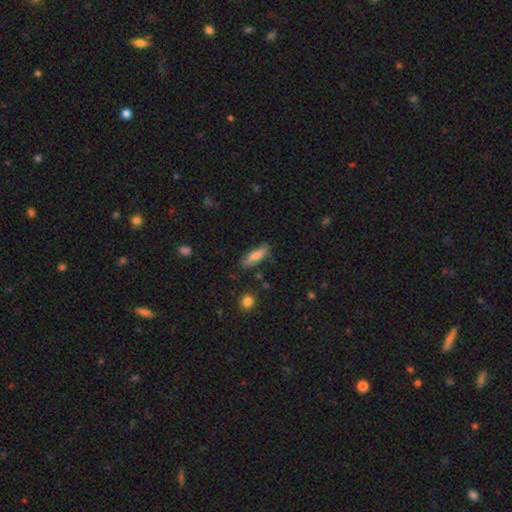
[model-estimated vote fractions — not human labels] Q: Smooth or featured?
A: smooth (71%); runner-up: featured or disk (23%)
Q: How rounded?
A: cigar-shaped (55%); runner-up: in between (43%)
Q: Merging?
A: none (81%); runner-up: minor disturbance (14%)